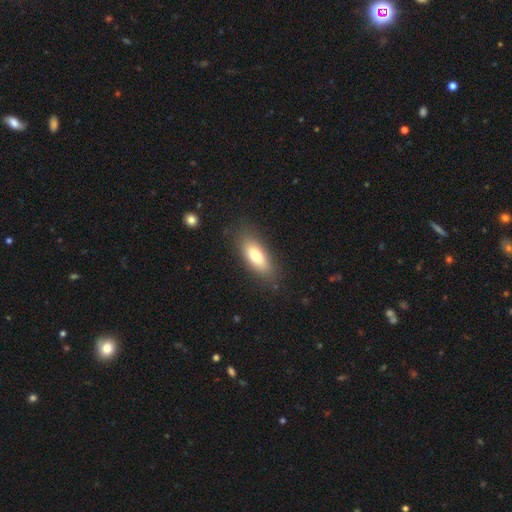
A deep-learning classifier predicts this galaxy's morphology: Smooth or featured: smooth — 72% (featured or disk — 20%)
How rounded: in between — 75% (cigar-shaped — 22%)
Merging: none — 82% (minor disturbance — 12%)